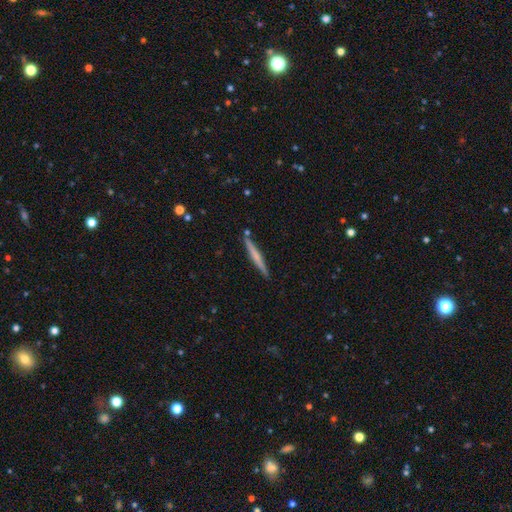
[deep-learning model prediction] Smooth or featured: smooth — 47% (tied with featured or disk — 47%)
Merging: none — 89% (minor disturbance — 8%)